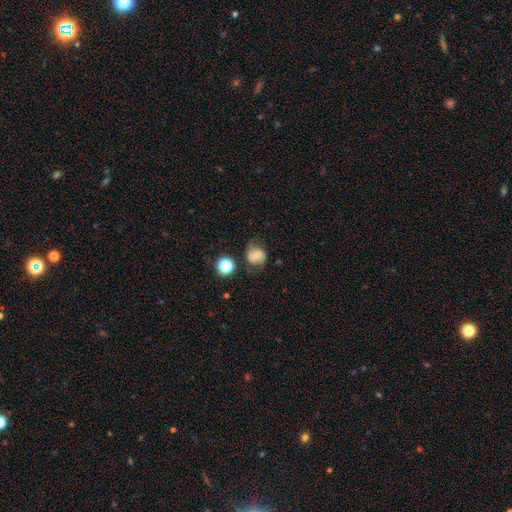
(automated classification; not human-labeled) Smooth or featured?
  - smooth: 47% *
  - featured or disk: 42%
  - star or artifact: 12%
Merging?
  - none: 65% *
  - minor disturbance: 23%
  - major disturbance: 9%
  - merger: 4%